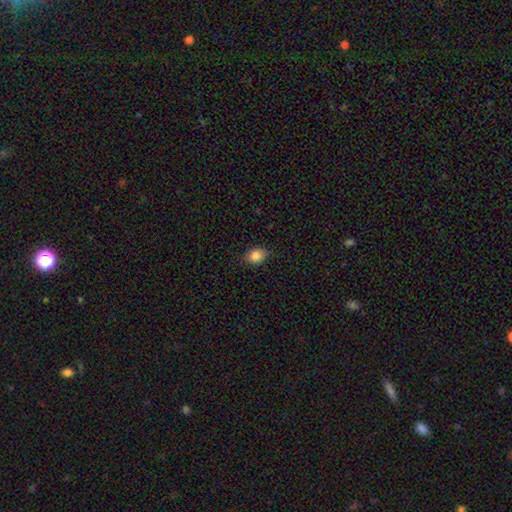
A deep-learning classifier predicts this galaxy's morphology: Smooth or featured? Predicted: smooth (p=0.86). How rounded? Predicted: in between (p=0.57). Merging? Predicted: none (p=0.81).